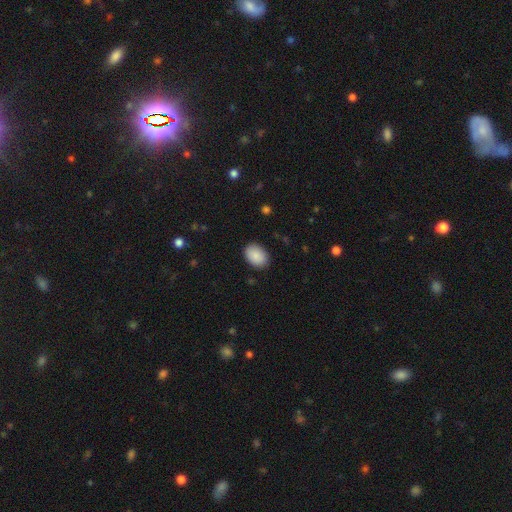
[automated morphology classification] A smooth galaxy with no disk features (89%) that is in between round and cigar-shaped (78%).

Vote fractions:
- Smooth or featured? smooth: 89% / star or artifact: 7% / featured or disk: 4%
- How rounded? in between: 78% / round: 21% / cigar-shaped: 1%
- Merging? none: 87% / minor disturbance: 9% / major disturbance: 2% / merger: 1%